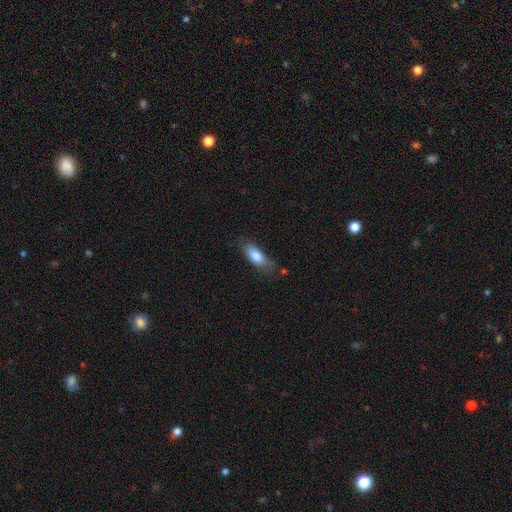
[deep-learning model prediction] Smooth or featured: smooth — 80% (featured or disk — 13%)
How rounded: in between — 74% (cigar-shaped — 24%)
Merging: none — 64% (minor disturbance — 26%)